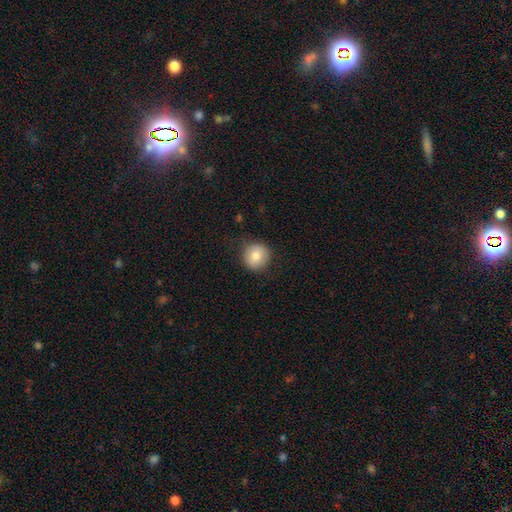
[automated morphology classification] Smooth or featured? Predicted: smooth (p=0.81). How rounded? Predicted: round (p=0.92). Merging? Predicted: none (p=0.84).